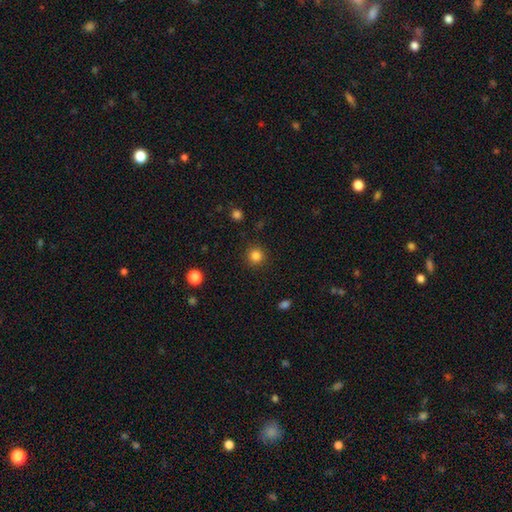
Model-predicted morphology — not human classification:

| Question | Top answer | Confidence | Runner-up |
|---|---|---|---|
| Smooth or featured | smooth | 84% | star or artifact (12%) |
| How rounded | round | 93% | in between (6%) |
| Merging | none | 90% | minor disturbance (6%) |